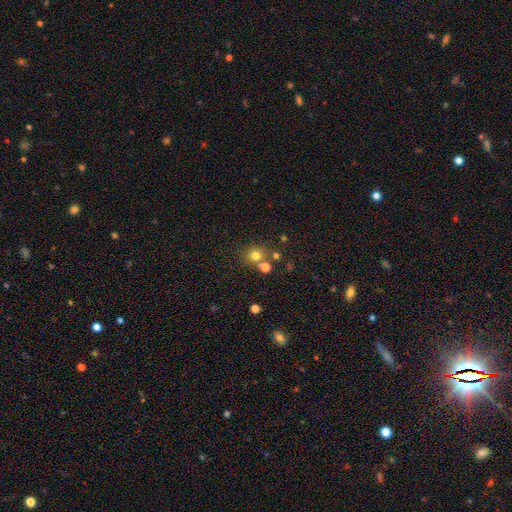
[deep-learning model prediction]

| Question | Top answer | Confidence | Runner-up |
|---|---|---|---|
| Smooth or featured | smooth | 74% | star or artifact (17%) |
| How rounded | round | 85% | in between (14%) |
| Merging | none | 65% | merger (22%) |